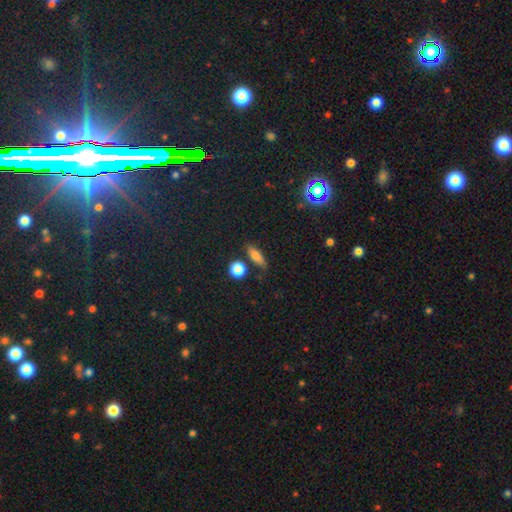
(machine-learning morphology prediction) Q: Smooth or featured?
A: smooth (76%); runner-up: featured or disk (13%)
Q: How rounded?
A: in between (51%); runner-up: cigar-shaped (36%)
Q: Merging?
A: none (76%); runner-up: minor disturbance (14%)